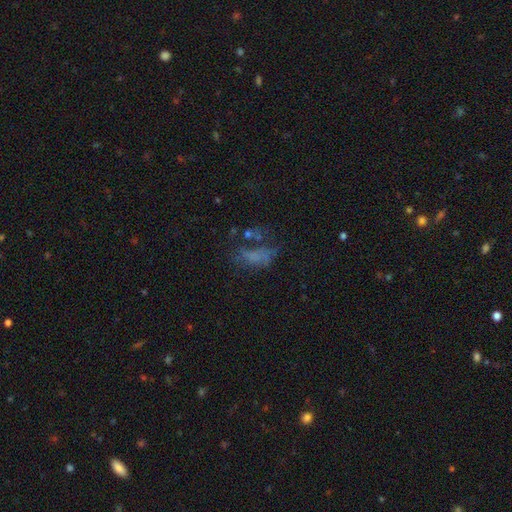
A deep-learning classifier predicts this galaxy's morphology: The model was most divided on "merging": major disturbance: 36%, none: 34%, minor disturbance: 19%, merger: 10%. Remaining: smooth or featured — smooth (44%).